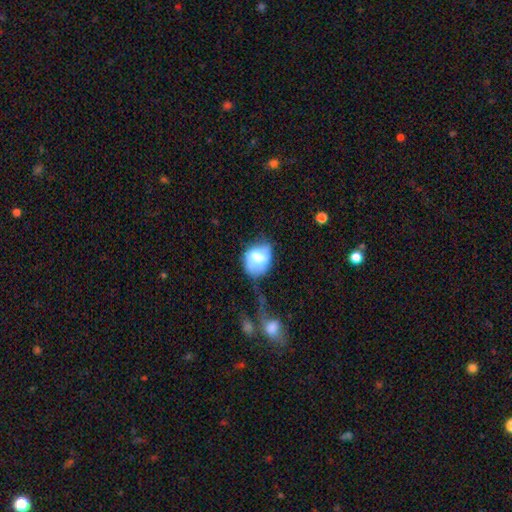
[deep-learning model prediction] Overall: smooth (59%; featured or disk 32%). How rounded: in between (59%; round 40%). Merging: none (34%; minor disturbance 30%).